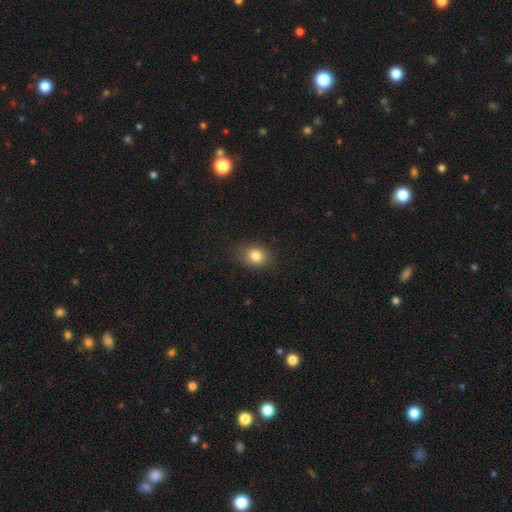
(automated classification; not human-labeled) This is clearly a smooth galaxy (82%). How rounded: possibly in between (52%). Merging: clearly none (83%).